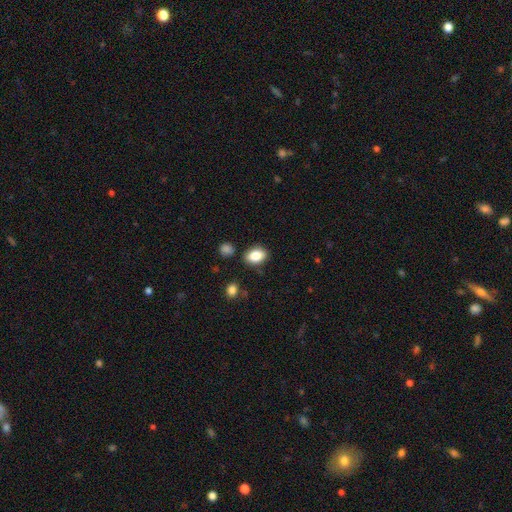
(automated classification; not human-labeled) smooth 85%, star or artifact 8%, featured or disk 6%. Down the decision tree: how rounded — in between (80%); merging — none (82%).